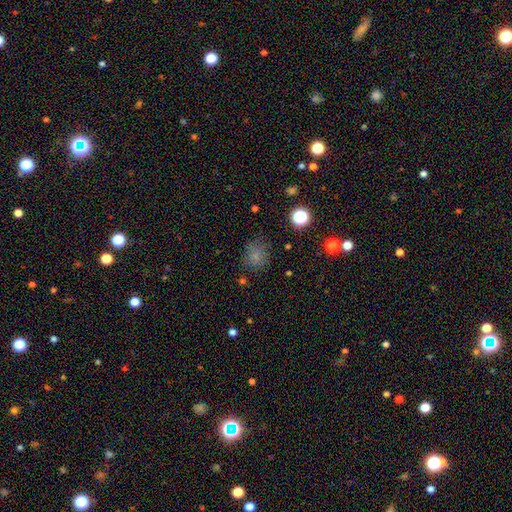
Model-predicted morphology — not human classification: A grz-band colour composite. It shows a smooth galaxy with no disk features (74%) that is round (81%). Merging: none (77%).